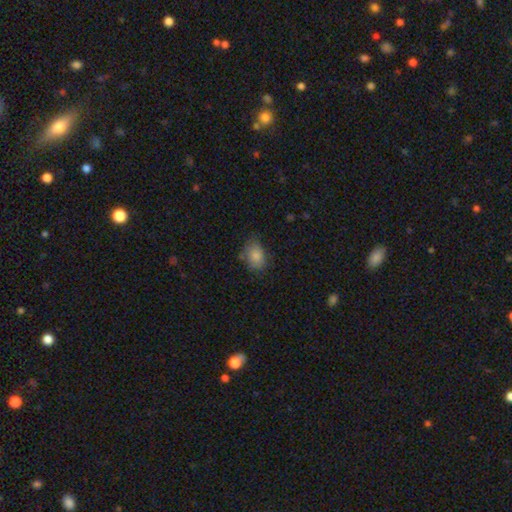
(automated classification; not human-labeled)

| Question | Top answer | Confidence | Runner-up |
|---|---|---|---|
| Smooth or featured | smooth | 81% | featured or disk (10%) |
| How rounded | in between | 72% | round (27%) |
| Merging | none | 60% | minor disturbance (29%) |